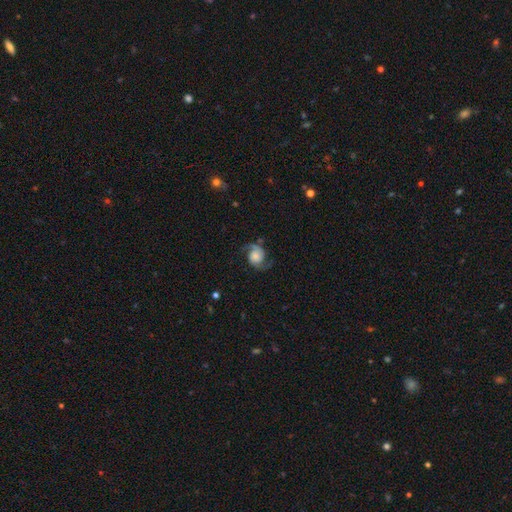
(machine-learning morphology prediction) smooth-or-featured: featured or disk: 85% | smooth: 8% | star or artifact: 6%
  disk-edge-on: no: 98% | yes: 2%
    bar: no: 71% | weak: 24% | strong: 5%
    has-spiral-arms: yes: 97% | no: 3%
      spiral-winding: medium: 49% | loose: 34% | tight: 16%
      spiral-arm-count: 2: 94% | can't tell: 2% | 1: 2% | 3: 1% | 4: 1% | more than 4: 1%
    bulge-size: moderate: 25% | large: 24% | small: 24% | none: 19% | dominant: 7%
  merging: none: 77% | minor disturbance: 14% | major disturbance: 7% | merger: 2%